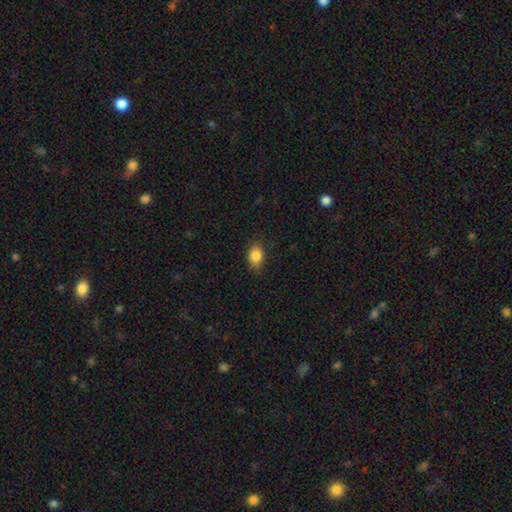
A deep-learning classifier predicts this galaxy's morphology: Q: Smooth or featured?
A: smooth (86%); runner-up: star or artifact (9%)
Q: How rounded?
A: in between (74%); runner-up: round (25%)
Q: Merging?
A: none (77%); runner-up: minor disturbance (19%)